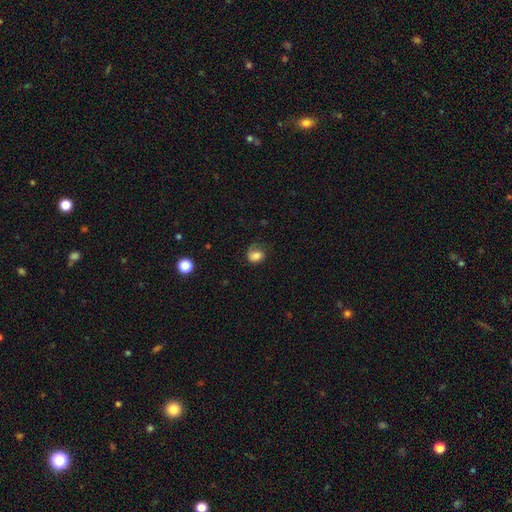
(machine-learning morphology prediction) This is likely a smooth galaxy (78%). How rounded: possibly round (51%). Merging: possibly none (54%).